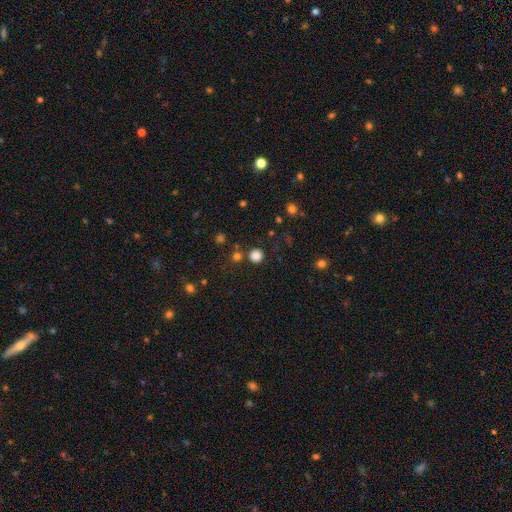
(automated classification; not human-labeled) This is clearly a smooth galaxy (82%). How rounded: clearly round (94%). Merging: clearly none (85%).